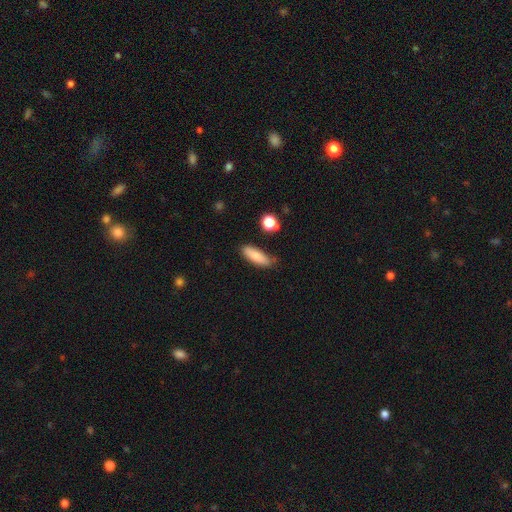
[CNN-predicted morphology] A smooth galaxy with no disk features (83%) that is in between round and cigar-shaped (52%).

Vote fractions:
- Smooth or featured? smooth: 83% / featured or disk: 10% / star or artifact: 7%
- How rounded? in between: 52% / cigar-shaped: 46% / round: 2%
- Merging? none: 73% / minor disturbance: 20% / major disturbance: 4% / merger: 3%